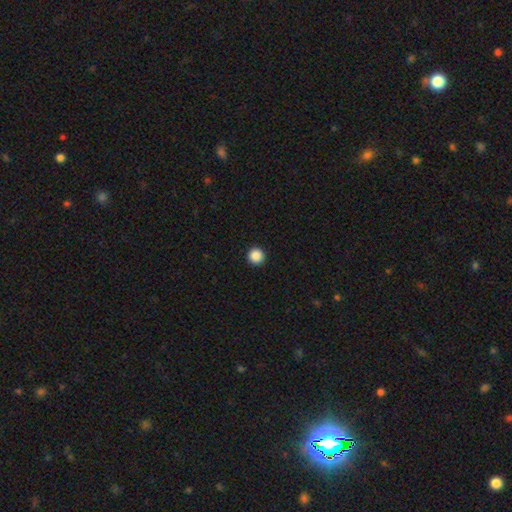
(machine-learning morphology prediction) Q: Smooth or featured?
A: smooth (87%); runner-up: star or artifact (10%)
Q: How rounded?
A: round (97%); runner-up: in between (3%)
Q: Merging?
A: none (94%); runner-up: minor disturbance (4%)